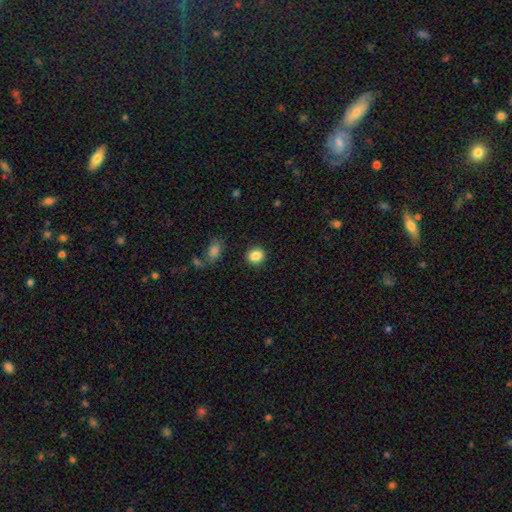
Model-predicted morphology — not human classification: smooth_or_featured: smooth (p=0.87) [alt: star or artifact p=0.09]
how_rounded: round (p=0.76) [alt: in between p=0.23]
merging: none (p=0.88) [alt: minor disturbance p=0.07]